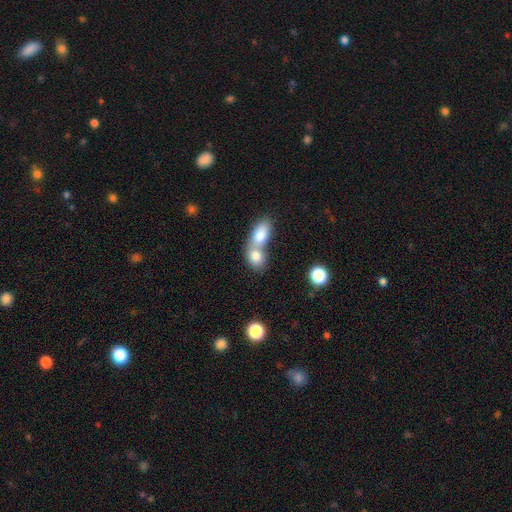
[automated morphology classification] type=smooth (80%); roundness=in between (74%); merging=merger (72%).